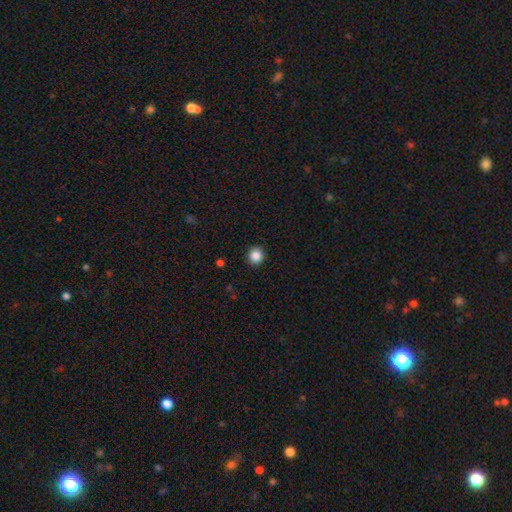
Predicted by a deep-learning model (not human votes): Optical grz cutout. It shows a smooth galaxy with no disk features (86%) that is round (94%). Merging: none (92%).